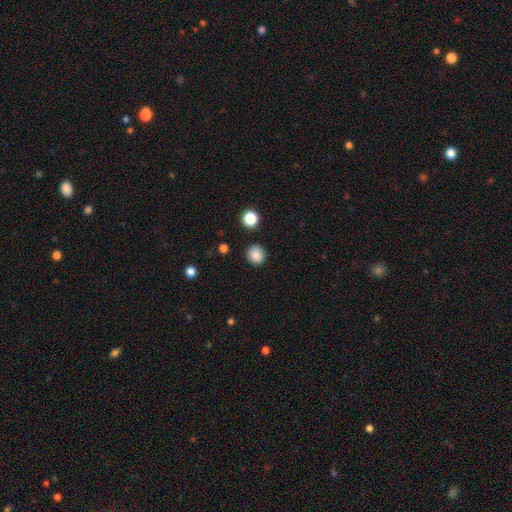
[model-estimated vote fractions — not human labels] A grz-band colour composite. It shows a smooth galaxy with no disk features (86%) that is round (80%). Merging: none (87%).